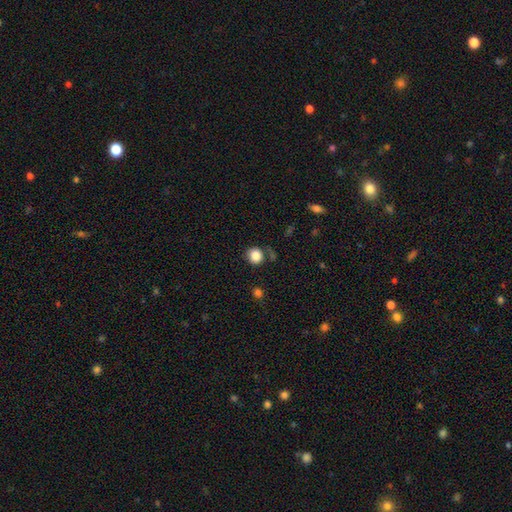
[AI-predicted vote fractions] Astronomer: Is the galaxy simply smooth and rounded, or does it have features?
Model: smooth — 85%.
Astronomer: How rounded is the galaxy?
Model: round — 86%.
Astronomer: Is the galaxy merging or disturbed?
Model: none — 78%.